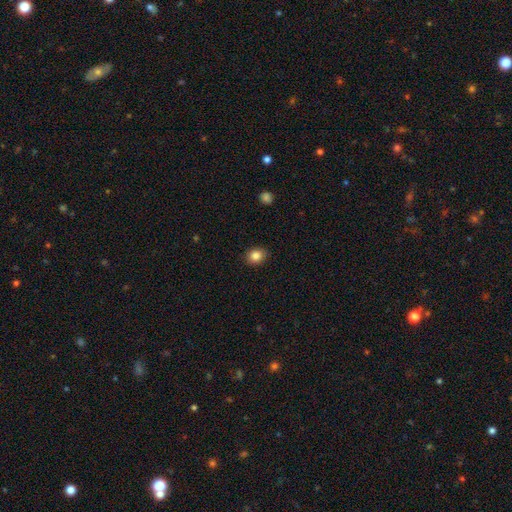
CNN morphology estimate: A smooth galaxy with no disk features (84%) that is round (59%).

Vote fractions:
- Smooth or featured? smooth: 84% / star or artifact: 10% / featured or disk: 6%
- How rounded? round: 59% / in between: 41% / cigar-shaped: 1%
- Merging? none: 90% / minor disturbance: 7% / major disturbance: 2% / merger: 1%